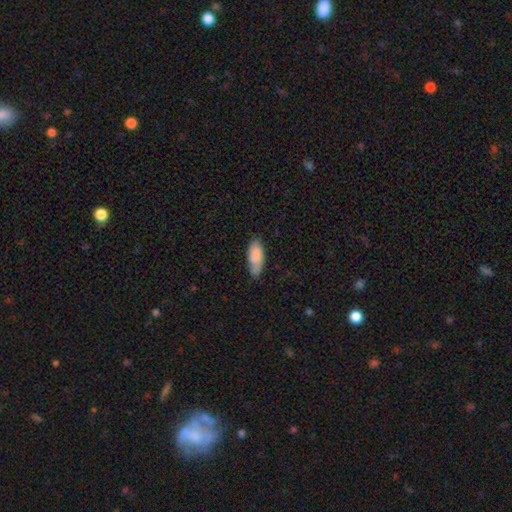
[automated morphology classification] Smooth or featured: smooth — 83% (featured or disk — 11%)
How rounded: in between — 83% (cigar-shaped — 15%)
Merging: none — 60% (minor disturbance — 31%)